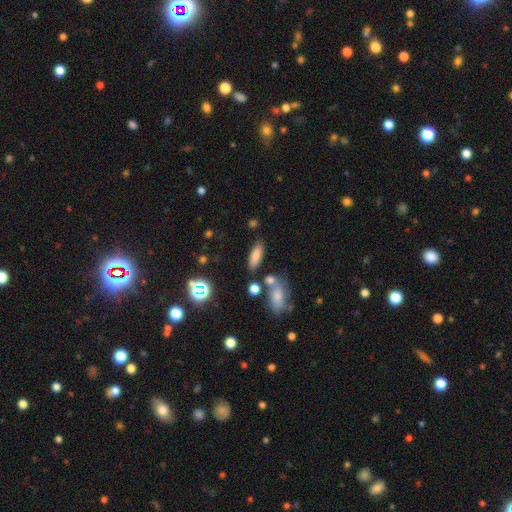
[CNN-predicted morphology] Smooth or featured? smooth (78%)
How rounded? in between (62%)
Merging? none (75%)